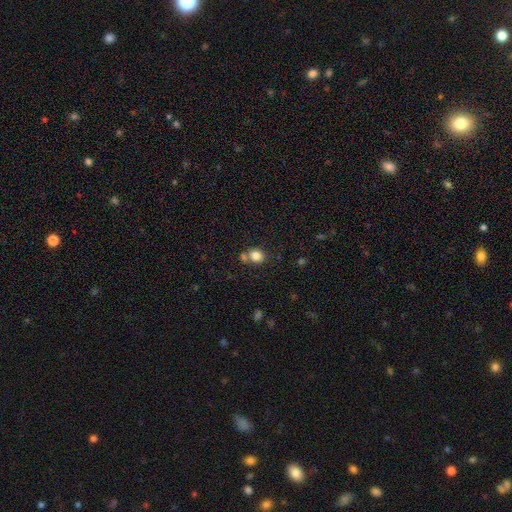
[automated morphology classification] smooth 82%, star or artifact 10%, featured or disk 7%. Down the decision tree: how rounded — round (62%); merging — none (60%).